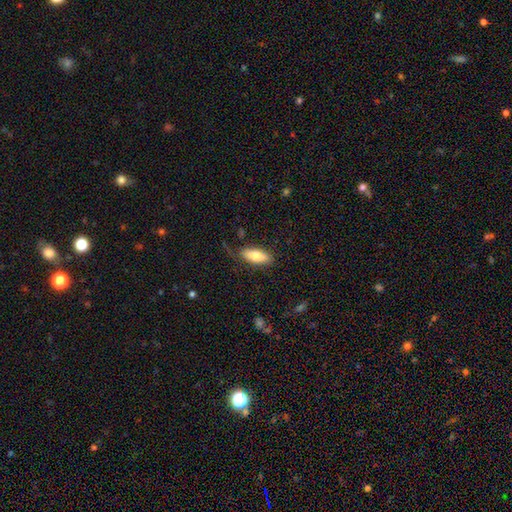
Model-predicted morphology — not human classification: Smooth or featured? Predicted: smooth (p=0.72). How rounded? Predicted: in between (p=0.77). Merging? Predicted: none (p=0.72).